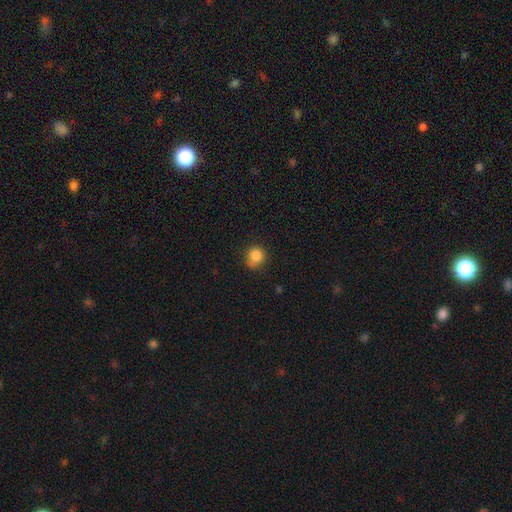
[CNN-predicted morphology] This is clearly a smooth galaxy (84%). How rounded: clearly round (83%). Merging: likely none (65%).